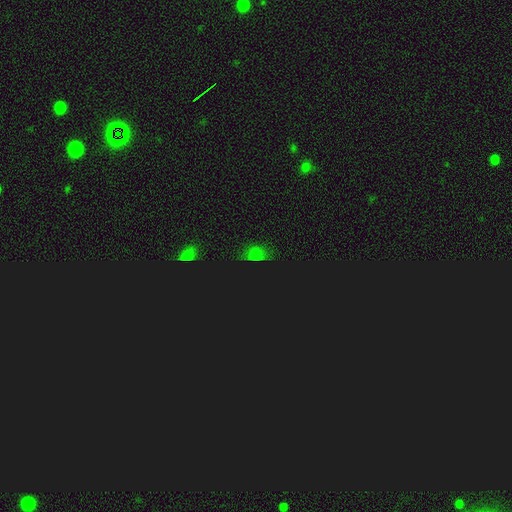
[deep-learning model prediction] smooth_or_featured: smooth (p=0.45) [tied with: star or artifact p=0.45]
merging: none (p=0.68) [alt: minor disturbance p=0.20]